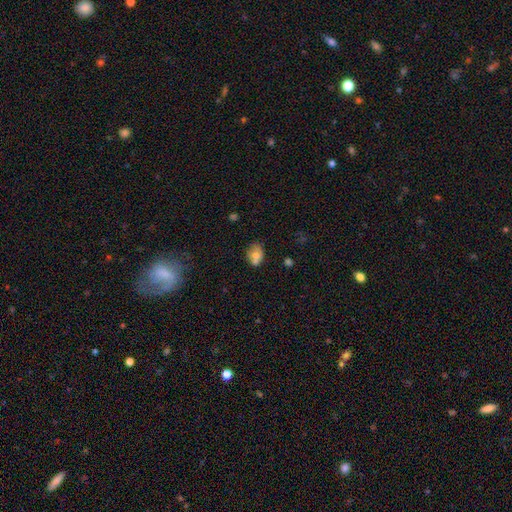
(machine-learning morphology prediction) Smooth or featured: smooth — 62% (featured or disk — 27%)
How rounded: in between — 60% (round — 38%)
Merging: none — 50% (minor disturbance — 23%)